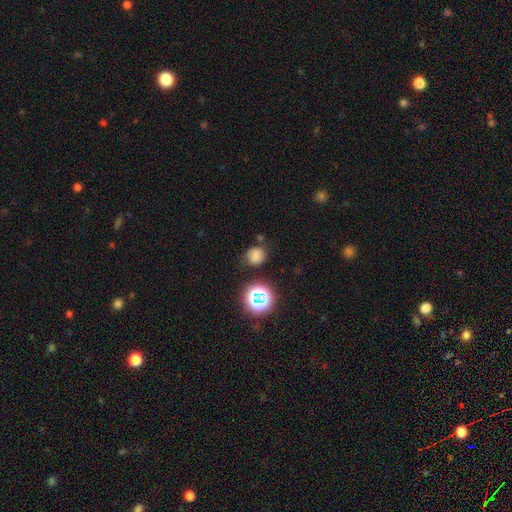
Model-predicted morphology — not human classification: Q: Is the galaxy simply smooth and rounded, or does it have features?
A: smooth — 72%.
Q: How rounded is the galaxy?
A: round — 71%.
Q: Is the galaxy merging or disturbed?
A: none — 71%.